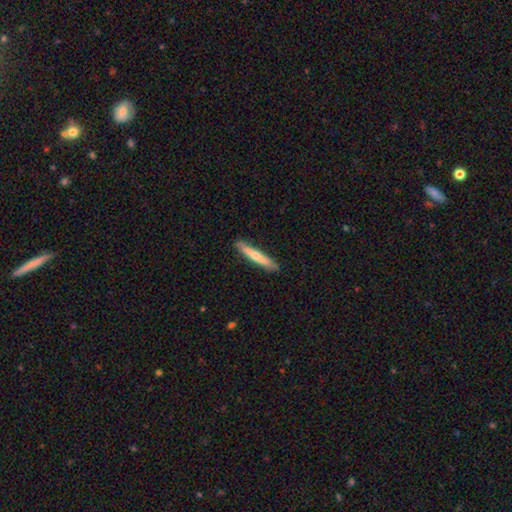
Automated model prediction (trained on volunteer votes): Smooth or featured: smooth — 58% (featured or disk — 37%)
How rounded: cigar-shaped — 94% (in between — 5%)
Merging: none — 86% (minor disturbance — 11%)